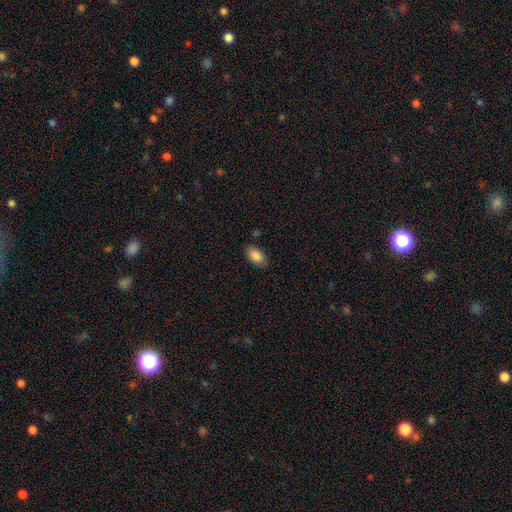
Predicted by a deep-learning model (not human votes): Smooth or featured: smooth — 87% (star or artifact — 7%)
How rounded: in between — 93% (round — 3%)
Merging: none — 83% (minor disturbance — 13%)